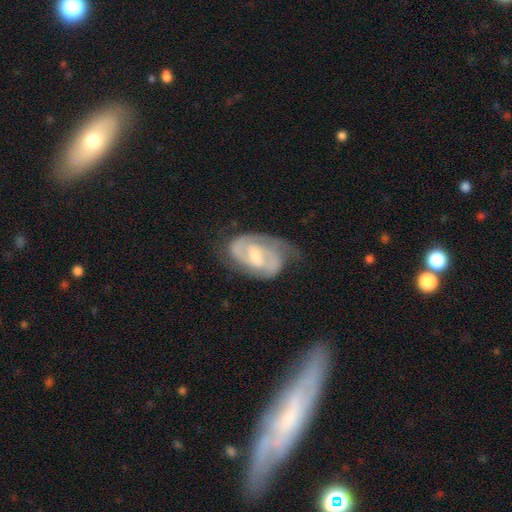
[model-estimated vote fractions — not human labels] Smooth or featured?
  - featured or disk: 80% *
  - smooth: 15%
  - star or artifact: 6%
Edge-on disk?
  - no: 97% *
  - yes: 3%
Bar?
  - weak: 54% *
  - no: 25%
  - strong: 21%
Spiral arms?
  - yes: 92% *
  - no: 8%
Spiral winding?
  - tight: 45% *
  - medium: 42%
  - loose: 14%
Spiral arm count?
  - 2: 67% *
  - can't tell: 16%
  - 1: 8%
  - 3: 6%
  - 4: 2%
  - more than 4: 2%
Bulge size?
  - moderate: 48% *
  - small: 37%
  - none: 8%
  - large: 6%
  - dominant: 1%
Merging?
  - none: 51% *
  - minor disturbance: 29%
  - major disturbance: 18%
  - merger: 2%